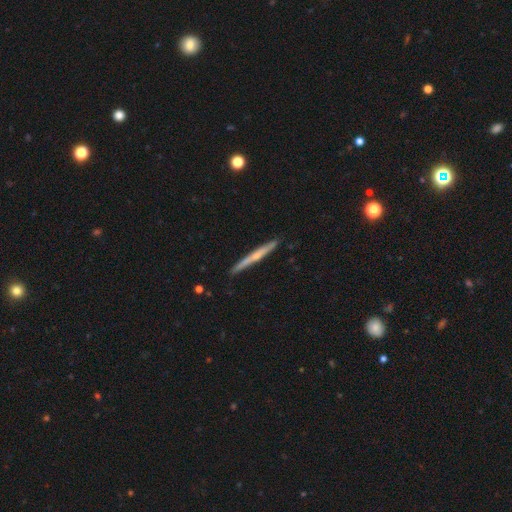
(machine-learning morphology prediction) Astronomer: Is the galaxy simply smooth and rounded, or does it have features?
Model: featured or disk — 61%.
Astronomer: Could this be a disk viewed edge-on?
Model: yes — 98%.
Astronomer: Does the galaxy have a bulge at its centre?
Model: rounded — 52% (runner-up: none, 43%).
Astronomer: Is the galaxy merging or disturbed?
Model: none — 91%.